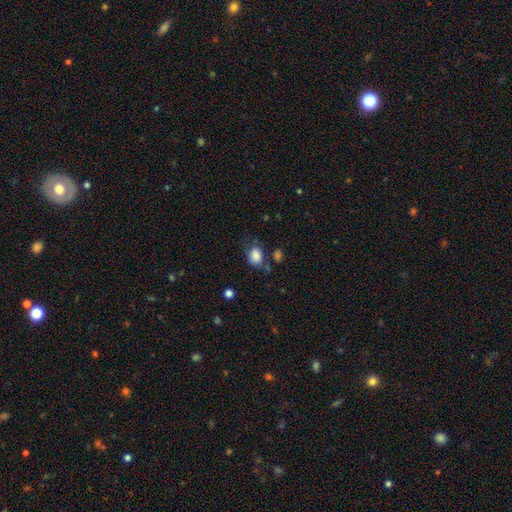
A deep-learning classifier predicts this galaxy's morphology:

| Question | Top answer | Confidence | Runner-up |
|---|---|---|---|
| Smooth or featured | smooth | 84% | star or artifact (9%) |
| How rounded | in between | 60% | round (39%) |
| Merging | none | 56% | minor disturbance (25%) |